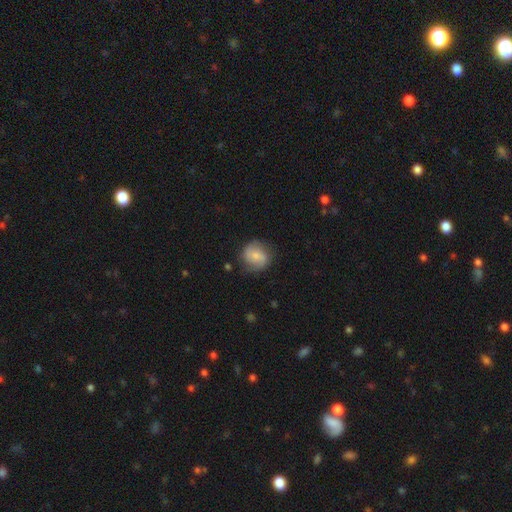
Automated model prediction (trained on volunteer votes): Smooth or featured: featured or disk — 49% (smooth — 43%)
Merging: none — 74% (minor disturbance — 18%)